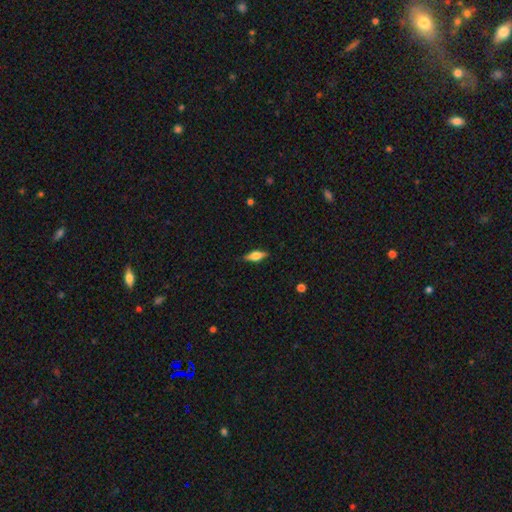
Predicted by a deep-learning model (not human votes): This appears to be a smooth galaxy with no disk features (47%). Merging: none (85%).